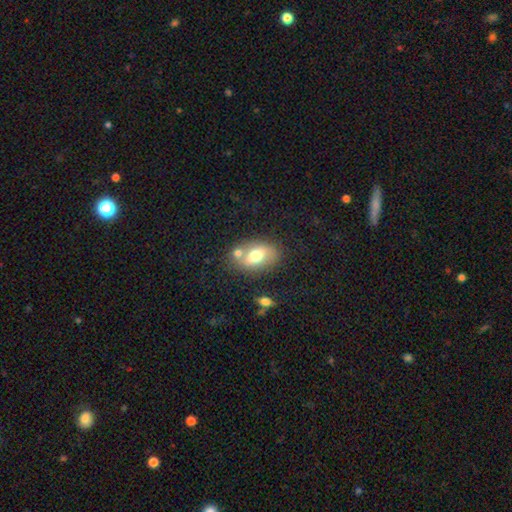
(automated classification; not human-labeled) smooth_or_featured: smooth (p=0.61) [alt: featured or disk p=0.30]
how_rounded: in between (p=0.82) [alt: round p=0.16]
merging: none (p=0.61) [alt: merger p=0.20]